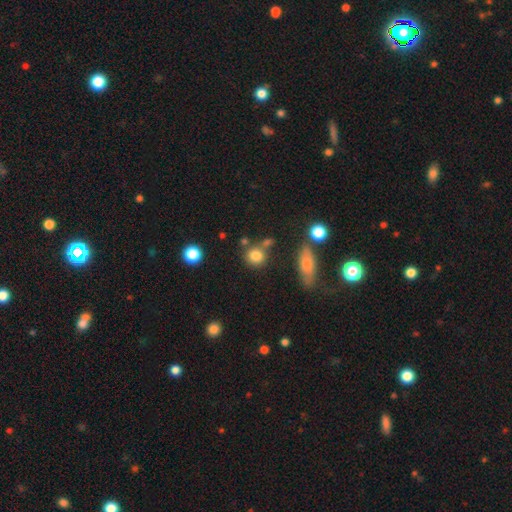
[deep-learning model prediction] Q: Smooth or featured?
A: smooth (81%); runner-up: star or artifact (12%)
Q: How rounded?
A: round (83%); runner-up: in between (15%)
Q: Merging?
A: none (68%); runner-up: merger (15%)